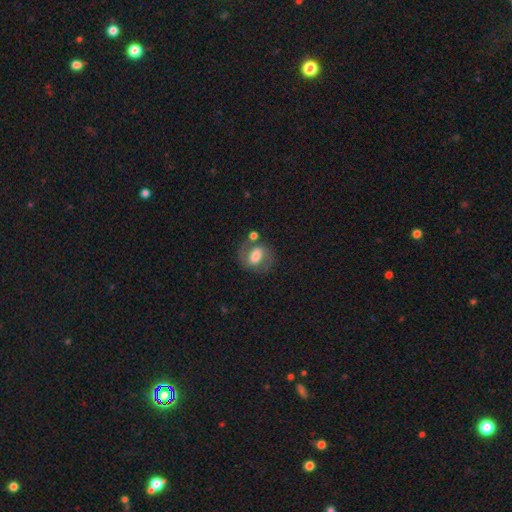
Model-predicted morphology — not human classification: The model was most divided on "bulge size" (2-way tie): large: 39%, moderate: 39%, small: 13%, dominant: 5%, none: 5%. Remaining: edge-on disk — no (96%); spiral arms — yes (78%); merging — none (62%); smooth or featured — featured or disk (56%); bar — weak (43%).